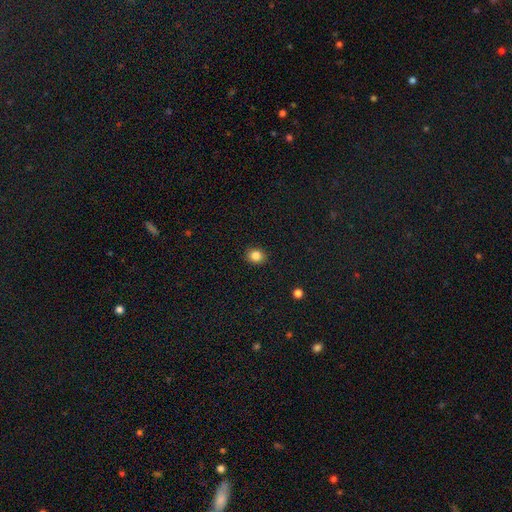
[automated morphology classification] Smooth or featured? Predicted: smooth (p=0.84). How rounded? Predicted: round (p=0.71). Merging? Predicted: none (p=0.91).